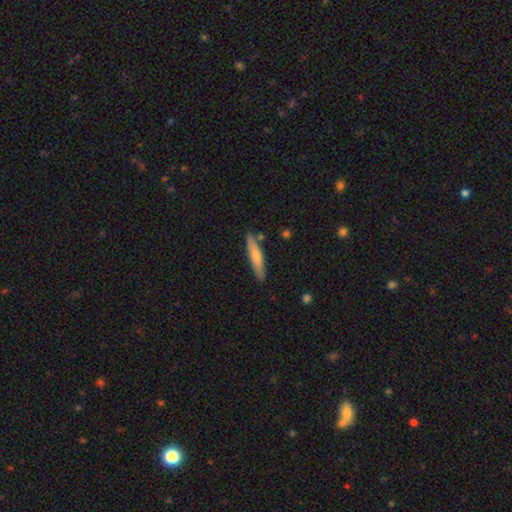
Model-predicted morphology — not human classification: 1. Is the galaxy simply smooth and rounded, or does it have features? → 66% smooth, 28% featured or disk, 5% star or artifact.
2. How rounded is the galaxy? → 86% cigar-shaped, 12% in between, 2% round.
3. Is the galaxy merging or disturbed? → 84% none, 11% minor disturbance, 3% merger, 2% major disturbance.